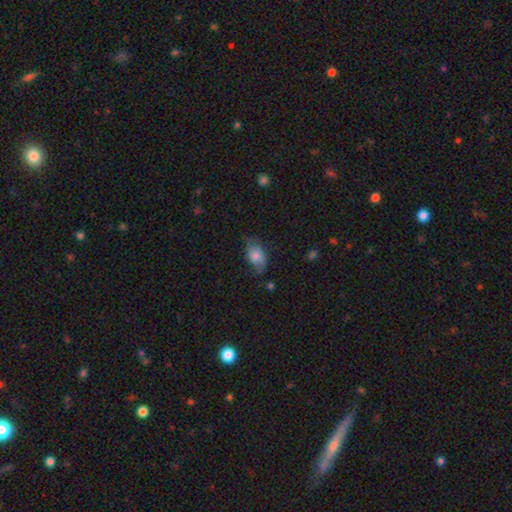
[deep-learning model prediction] smooth-or-featured: smooth: 68% | featured or disk: 23% | star or artifact: 8%
  how-rounded: in between: 86% | round: 12% | cigar-shaped: 2%
  merging: none: 53% | minor disturbance: 33% | major disturbance: 13% | merger: 2%